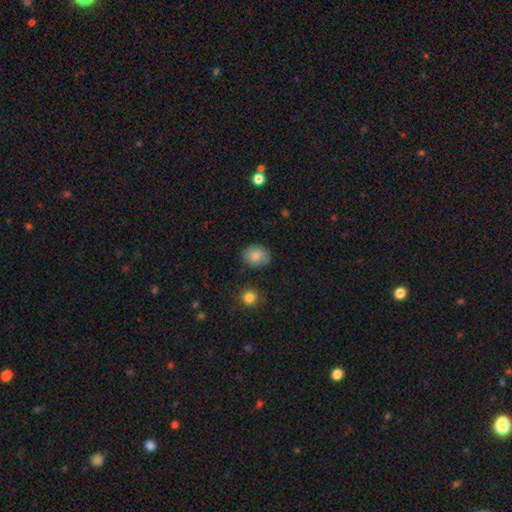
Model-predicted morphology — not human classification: Smooth or featured? smooth (82%)
How rounded? in between (57%)
Merging? none (78%)